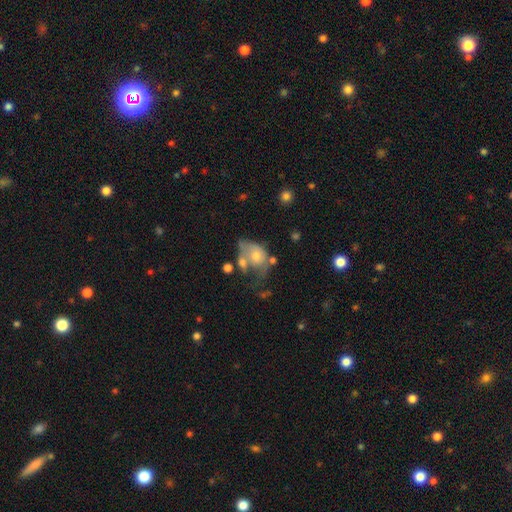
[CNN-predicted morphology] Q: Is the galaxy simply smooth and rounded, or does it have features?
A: smooth — 55%.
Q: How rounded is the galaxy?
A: in between — 70%.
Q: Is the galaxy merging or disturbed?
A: major disturbance — 34%.